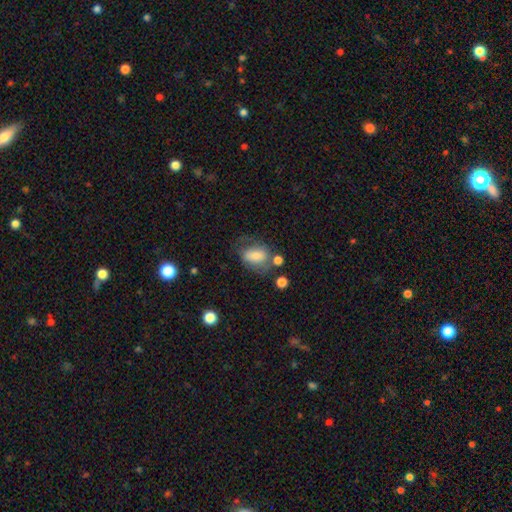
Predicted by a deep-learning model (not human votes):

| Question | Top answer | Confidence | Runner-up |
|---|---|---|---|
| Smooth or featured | smooth | 69% | featured or disk (23%) |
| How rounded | in between | 76% | round (22%) |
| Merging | none | 45% | minor disturbance (23%) |